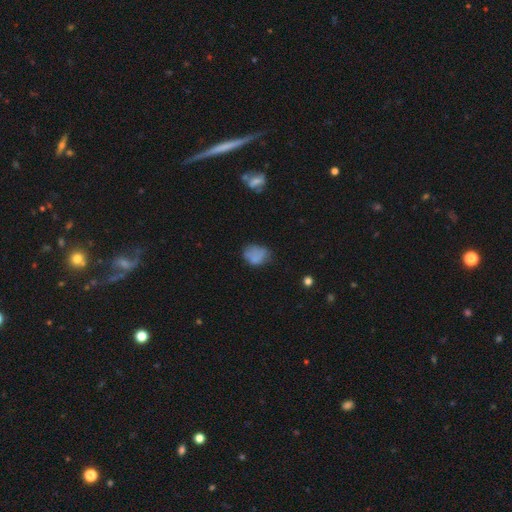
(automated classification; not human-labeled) Smooth or featured? smooth (66%)
How rounded? in between (60%)
Merging? none (44%)